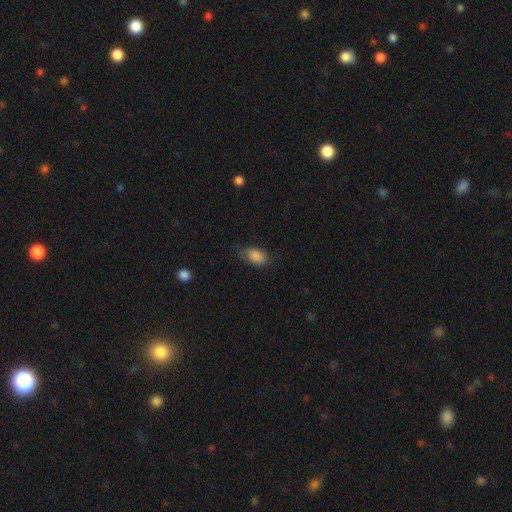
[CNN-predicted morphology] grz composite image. It shows a smooth galaxy with no disk features (87%) that is in between round and cigar-shaped (90%). Merging: none (68%).